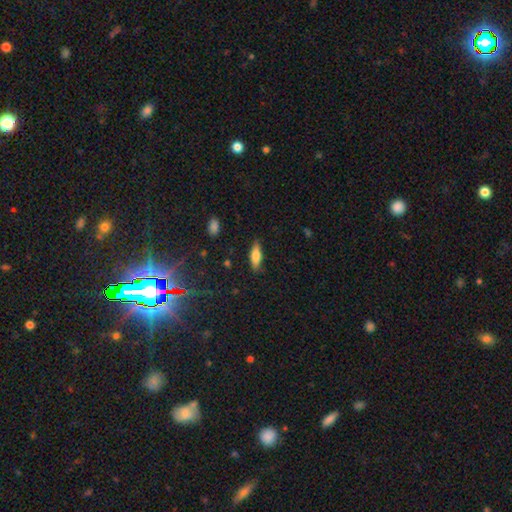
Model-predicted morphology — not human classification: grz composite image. It shows a smooth galaxy with no disk features (72%) that is in between round and cigar-shaped (52%). Merging: none (85%).